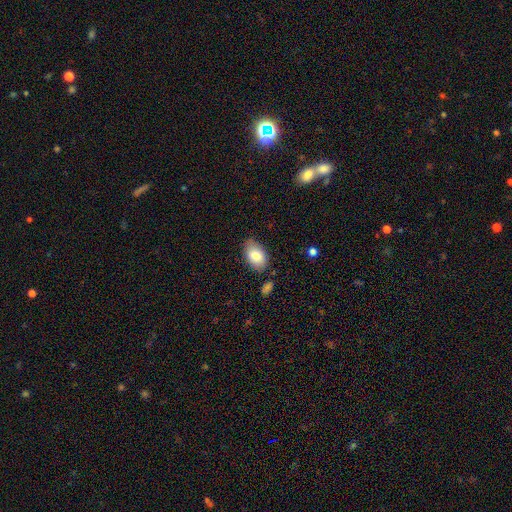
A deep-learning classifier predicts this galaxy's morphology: Smooth or featured? Predicted: smooth (p=0.83). How rounded? Predicted: in between (p=0.92). Merging? Predicted: none (p=0.77).